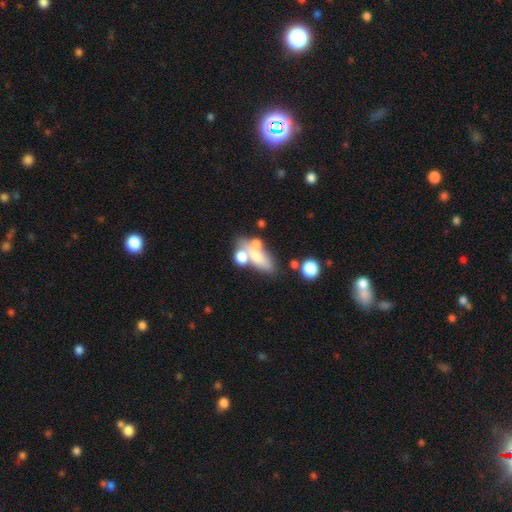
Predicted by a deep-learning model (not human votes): Smooth or featured? smooth (58%)
How rounded? in between (75%)
Merging? merger (45%)